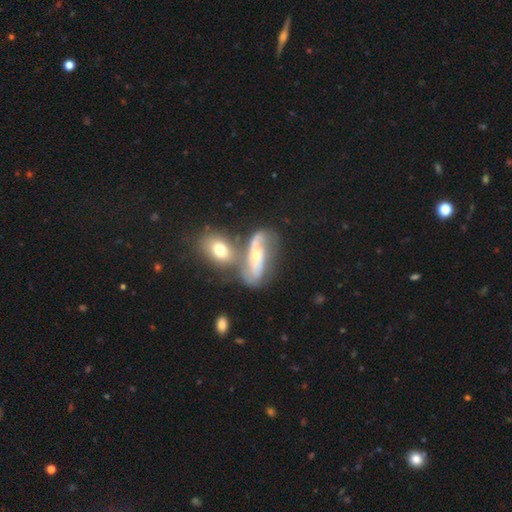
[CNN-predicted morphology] Smooth or featured? featured or disk (62%)
Edge-on disk? no (67%)
Merging? merger (50%)